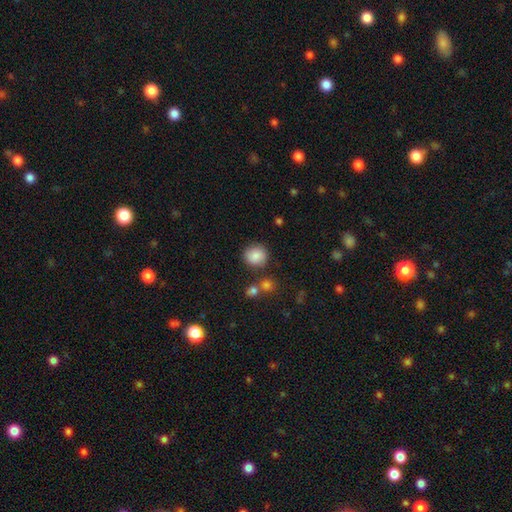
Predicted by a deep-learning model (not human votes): Smooth or featured? smooth (84%)
How rounded? round (88%)
Merging? none (80%)